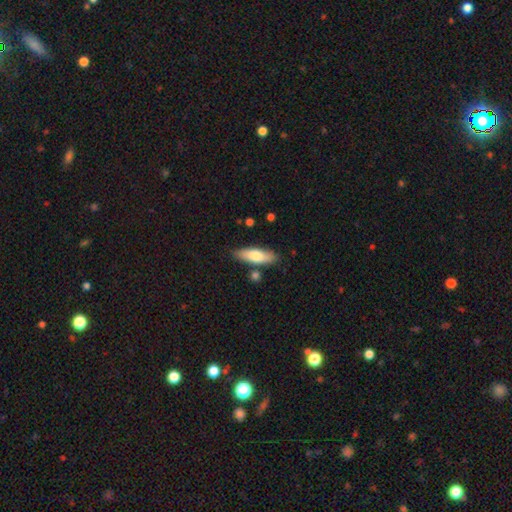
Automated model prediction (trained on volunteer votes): smooth_or_featured: smooth (p=0.73) [alt: featured or disk p=0.21]
how_rounded: in between (p=0.52) [alt: cigar-shaped p=0.46]
merging: none (p=0.81) [alt: minor disturbance p=0.12]